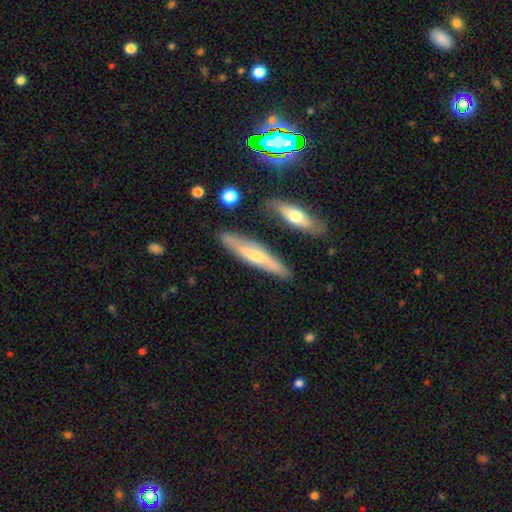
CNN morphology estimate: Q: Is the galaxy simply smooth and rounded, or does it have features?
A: featured or disk — 50%.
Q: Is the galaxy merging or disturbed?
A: none — 82%.